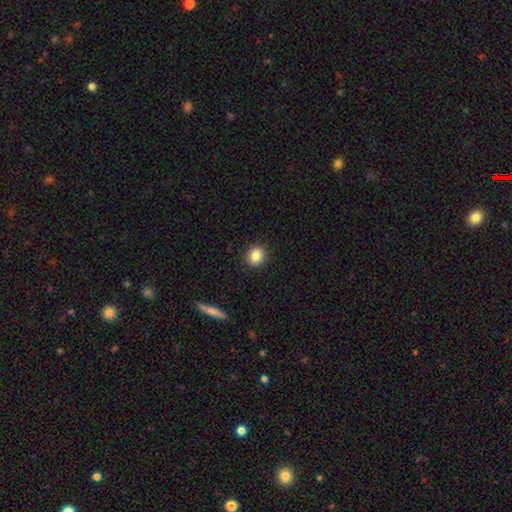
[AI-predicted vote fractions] Smooth or featured? Predicted: smooth (p=0.85). How rounded? Predicted: round (p=0.82). Merging? Predicted: none (p=0.91).